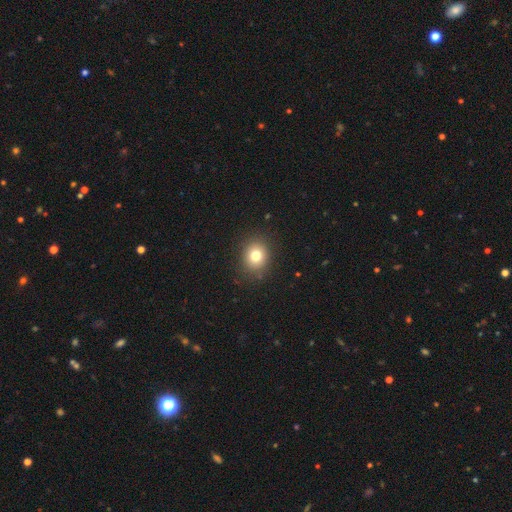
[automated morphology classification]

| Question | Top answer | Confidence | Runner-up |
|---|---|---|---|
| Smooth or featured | smooth | 78% | star or artifact (13%) |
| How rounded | round | 74% | in between (26%) |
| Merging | none | 88% | minor disturbance (8%) |